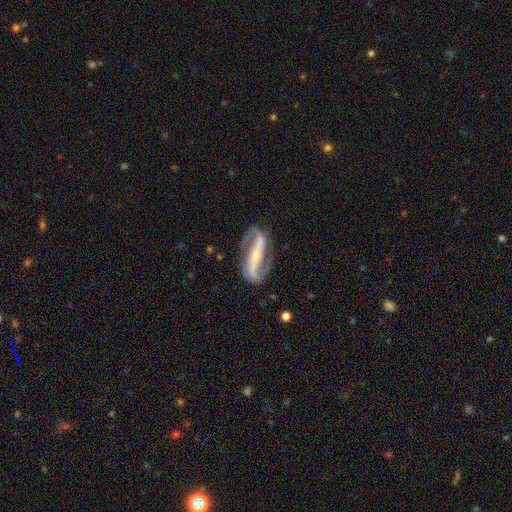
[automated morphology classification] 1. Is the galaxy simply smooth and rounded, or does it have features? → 90% featured or disk, 6% smooth, 4% star or artifact.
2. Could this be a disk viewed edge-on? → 92% no, 8% yes.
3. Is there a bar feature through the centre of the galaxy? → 74% strong, 14% weak, 12% no.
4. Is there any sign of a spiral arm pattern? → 95% yes, 5% no.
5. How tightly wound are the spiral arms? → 44% medium, 32% loose, 24% tight.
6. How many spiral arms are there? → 93% 2, 2% can't tell, 2% 1, 1% 3, 1% 4, 1% more than 4.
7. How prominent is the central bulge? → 63% small, 30% moderate, 3% none, 3% large, 1% dominant.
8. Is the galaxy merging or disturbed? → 81% none, 12% minor disturbance, 5% major disturbance, 1% merger.